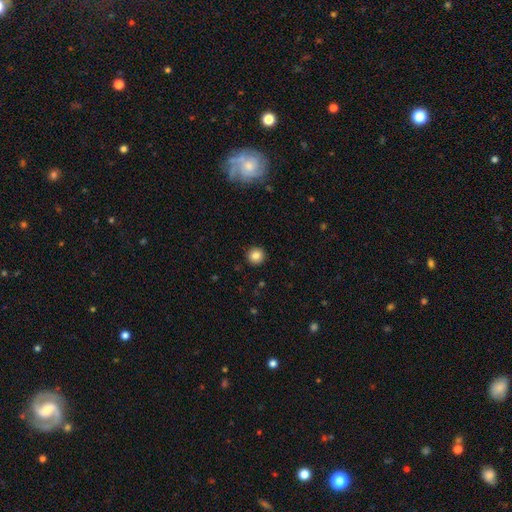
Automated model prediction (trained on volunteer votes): This appears to be a smooth galaxy with no disk features (84%) that is round (95%). Merging: none (93%).